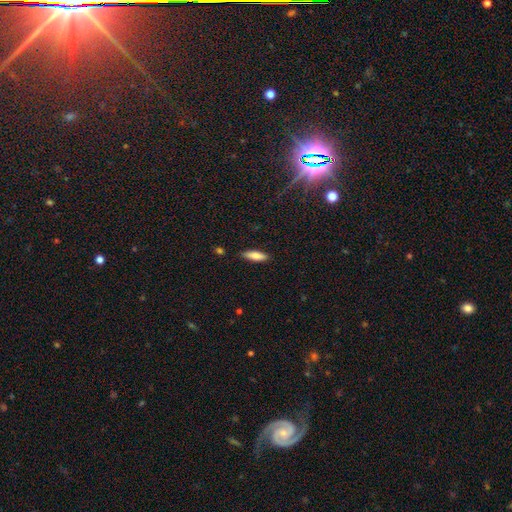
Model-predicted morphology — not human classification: type=smooth (77%); roundness=cigar-shaped (51%); merging=none (87%).